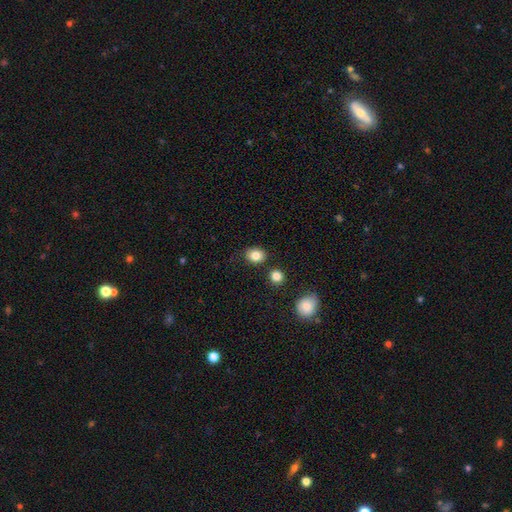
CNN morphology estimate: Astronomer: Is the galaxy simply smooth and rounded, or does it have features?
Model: smooth — 84%.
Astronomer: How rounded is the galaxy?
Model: round — 53% (runner-up: in between, 46%).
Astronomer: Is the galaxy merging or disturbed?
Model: none — 82%.